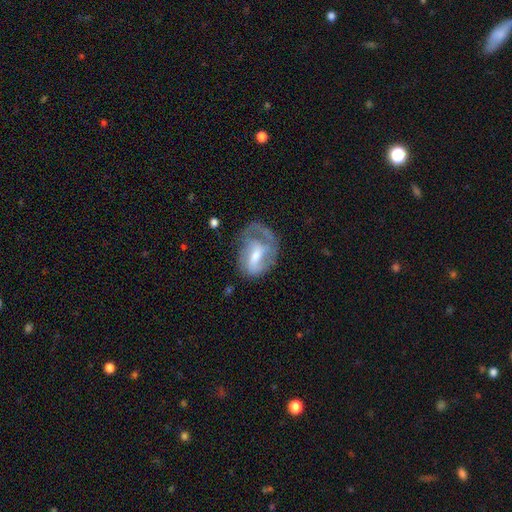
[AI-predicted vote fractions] Overall: featured or disk (68%). Edge-on disk: no (96%). Bar: weak (49%; strong 26%). Spiral arms: yes (76%). Bulge size: moderate (53%; small 34%). Merging: none (39%; major disturbance 33%).